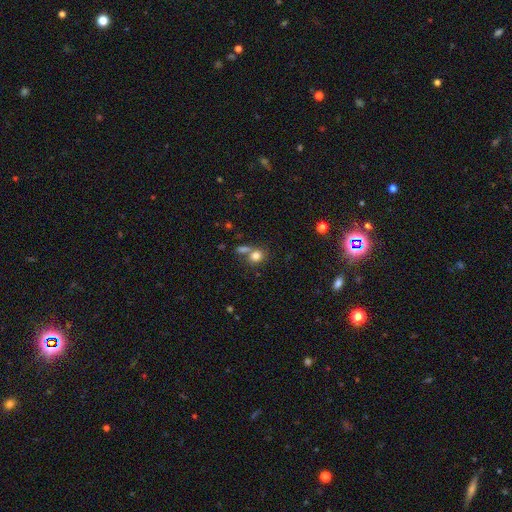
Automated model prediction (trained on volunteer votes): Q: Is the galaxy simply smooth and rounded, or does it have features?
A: smooth — 80%.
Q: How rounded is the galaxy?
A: round — 68%.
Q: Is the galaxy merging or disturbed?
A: none — 52%.